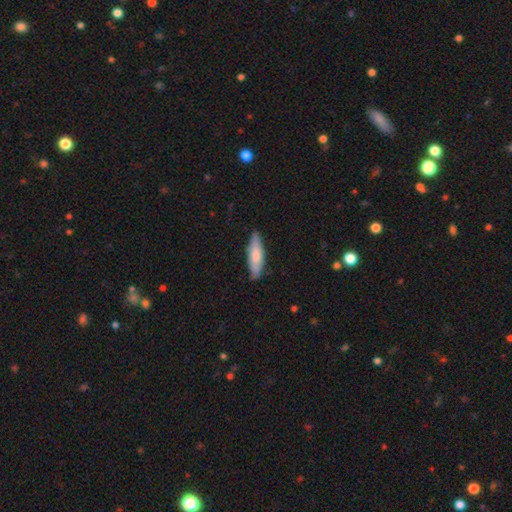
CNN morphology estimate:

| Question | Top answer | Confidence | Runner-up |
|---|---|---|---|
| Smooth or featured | smooth | 73% | featured or disk (22%) |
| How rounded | cigar-shaped | 59% | in between (39%) |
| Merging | none | 81% | minor disturbance (16%) |